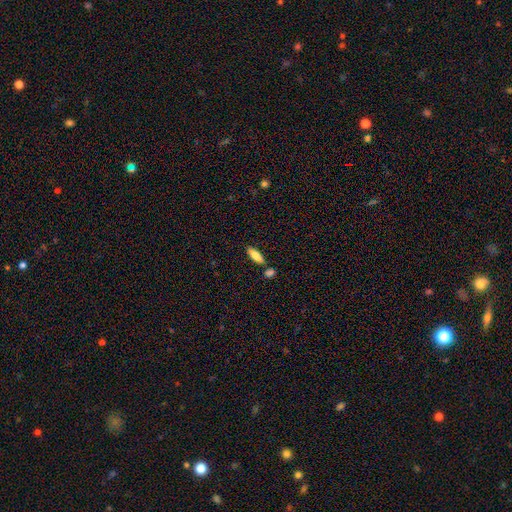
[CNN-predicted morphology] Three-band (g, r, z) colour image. It shows a smooth galaxy with no disk features (78%) that is in between round and cigar-shaped (55%). Merging: none (76%).